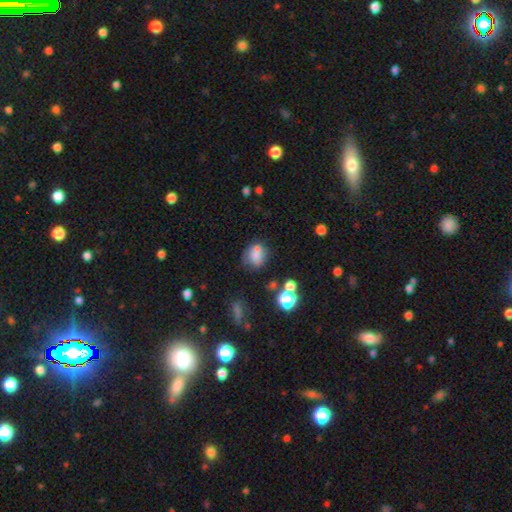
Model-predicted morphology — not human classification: The model was most divided on "how rounded": in between: 55%, round: 43%, cigar-shaped: 2%. More confident: smooth or featured — smooth (72%); merging — none (51%).